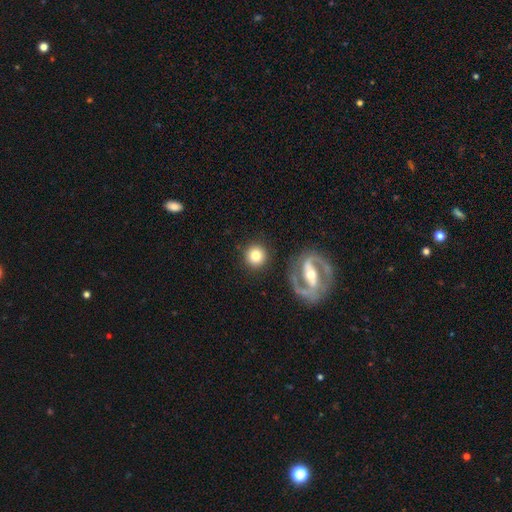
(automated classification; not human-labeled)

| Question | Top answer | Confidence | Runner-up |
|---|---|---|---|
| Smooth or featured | smooth | 74% | featured or disk (18%) |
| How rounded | round | 94% | in between (5%) |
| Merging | none | 86% | minor disturbance (7%) |